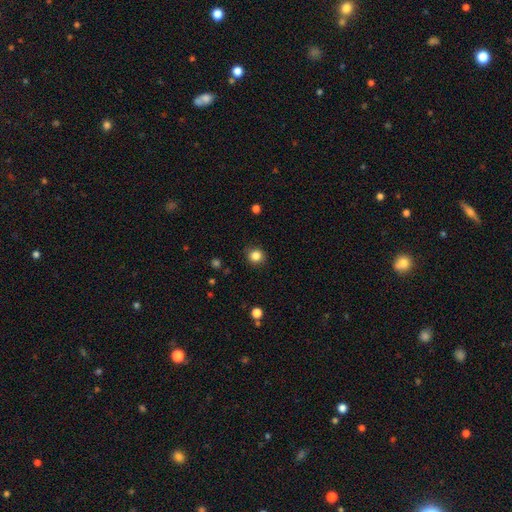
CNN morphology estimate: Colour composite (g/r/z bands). It shows a smooth galaxy with no disk features (84%) that is round (90%). Merging: none (88%).